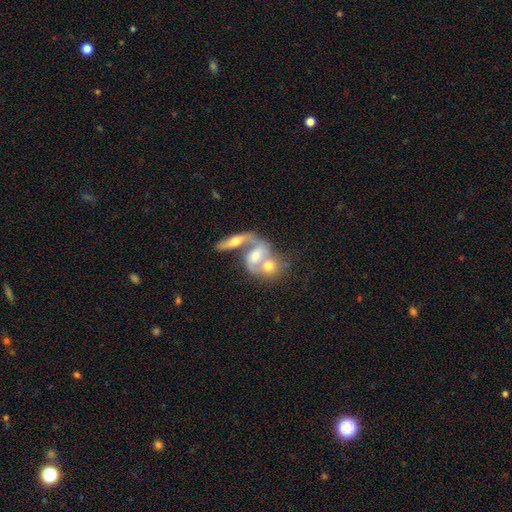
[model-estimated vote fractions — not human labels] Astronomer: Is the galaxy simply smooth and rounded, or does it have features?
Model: featured or disk — 58% (runner-up: smooth, 35%).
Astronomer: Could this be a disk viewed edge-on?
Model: no — 88%.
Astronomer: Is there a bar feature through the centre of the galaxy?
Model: no — 65%.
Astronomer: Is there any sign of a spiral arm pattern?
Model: yes — 63%.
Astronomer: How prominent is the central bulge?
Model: moderate — 59%.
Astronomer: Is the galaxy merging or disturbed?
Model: merger — 73%.